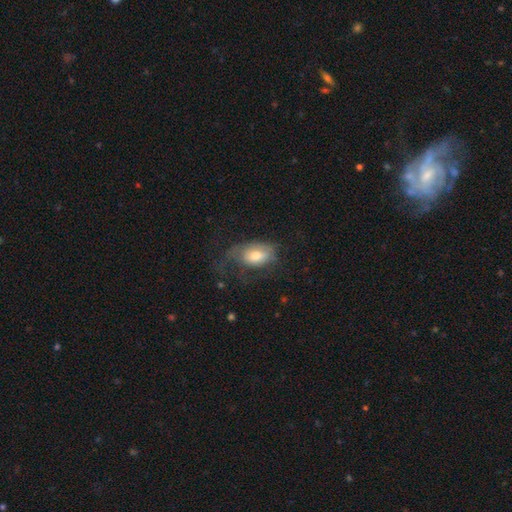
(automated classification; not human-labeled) Q: Smooth or featured?
A: smooth (58%); runner-up: featured or disk (34%)
Q: How rounded?
A: in between (87%); runner-up: round (11%)
Q: Merging?
A: major disturbance (36%); tied with: none (36%)